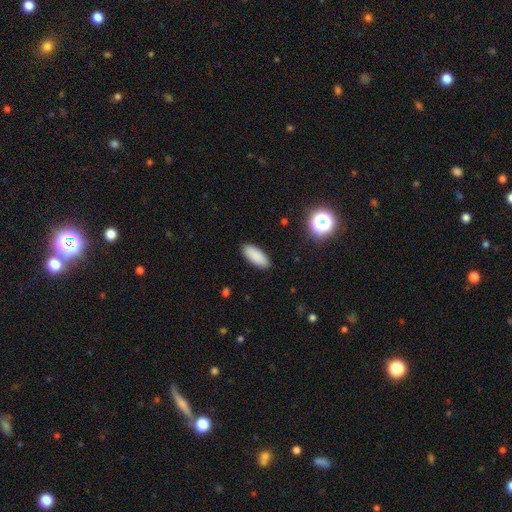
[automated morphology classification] Smooth or featured: smooth — 89% (star or artifact — 7%)
How rounded: in between — 82% (cigar-shaped — 16%)
Merging: none — 90% (minor disturbance — 7%)